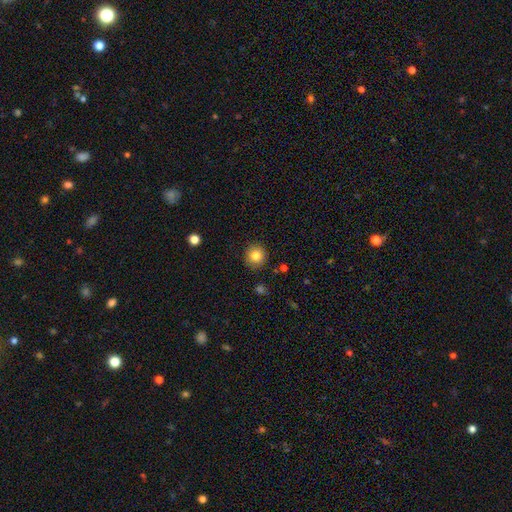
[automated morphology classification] Smooth or featured? smooth (82%)
How rounded? round (93%)
Merging? none (90%)